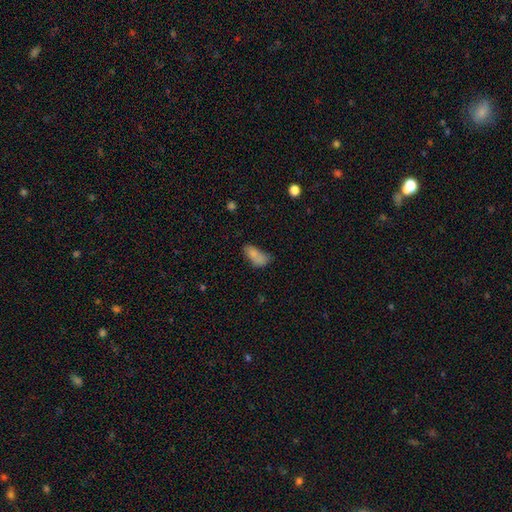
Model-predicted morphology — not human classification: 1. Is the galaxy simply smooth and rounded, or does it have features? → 80% smooth, 10% star or artifact, 10% featured or disk.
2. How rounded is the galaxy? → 86% in between, 10% cigar-shaped, 4% round.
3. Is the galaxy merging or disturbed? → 38% none, 27% minor disturbance, 21% merger, 14% major disturbance.